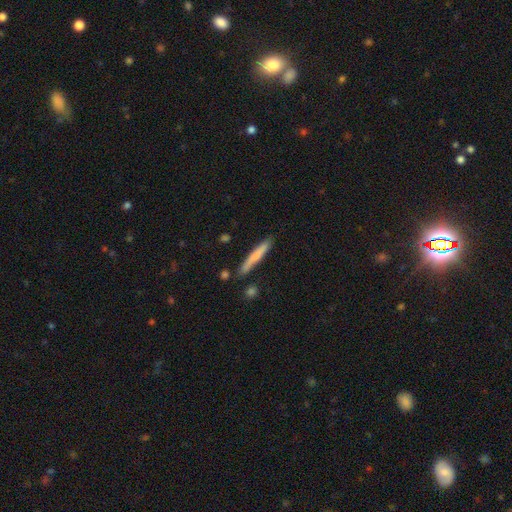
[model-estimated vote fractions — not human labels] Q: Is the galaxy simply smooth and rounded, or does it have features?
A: smooth — 72%.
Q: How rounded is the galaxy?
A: cigar-shaped — 95%.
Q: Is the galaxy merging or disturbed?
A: none — 81%.